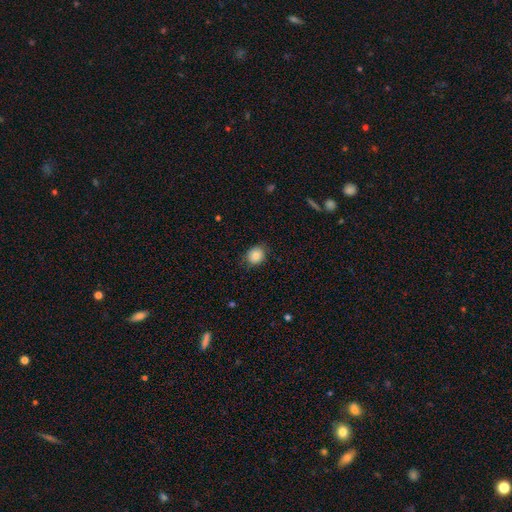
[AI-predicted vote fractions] The model was most divided on "how rounded": round: 67%, in between: 32%, cigar-shaped: 1%. More confident: smooth or featured — smooth (82%); merging — none (79%).